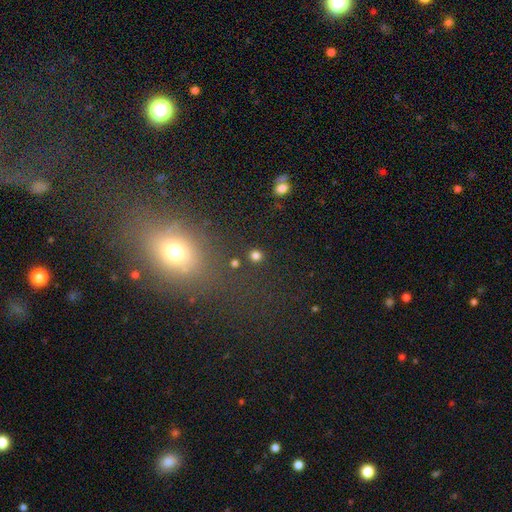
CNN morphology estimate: smooth_or_featured: smooth (p=0.78) [alt: star or artifact p=0.17]
how_rounded: round (p=0.90) [alt: in between p=0.09]
merging: none (p=0.87) [alt: minor disturbance p=0.06]